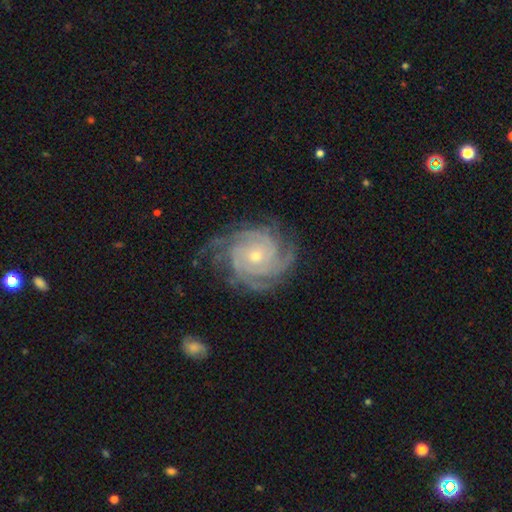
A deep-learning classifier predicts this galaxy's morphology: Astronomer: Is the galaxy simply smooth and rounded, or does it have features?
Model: featured or disk — 91%.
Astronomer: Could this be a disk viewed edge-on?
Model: no — 98%.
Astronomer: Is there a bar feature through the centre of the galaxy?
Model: no — 76%.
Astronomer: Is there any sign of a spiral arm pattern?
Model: yes — 98%.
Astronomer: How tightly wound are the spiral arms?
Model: tight — 76%.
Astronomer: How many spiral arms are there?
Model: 4 — 34% (runner-up: 3, 22%).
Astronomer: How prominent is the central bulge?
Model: small — 65%.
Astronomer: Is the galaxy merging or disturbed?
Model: none — 76%.